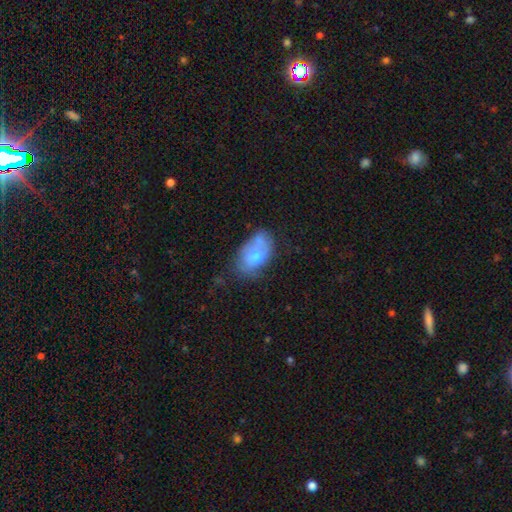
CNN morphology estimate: Overall: smooth (60%; featured or disk 33%). How rounded: in between (86%). Merging: none (39%; minor disturbance 30%).